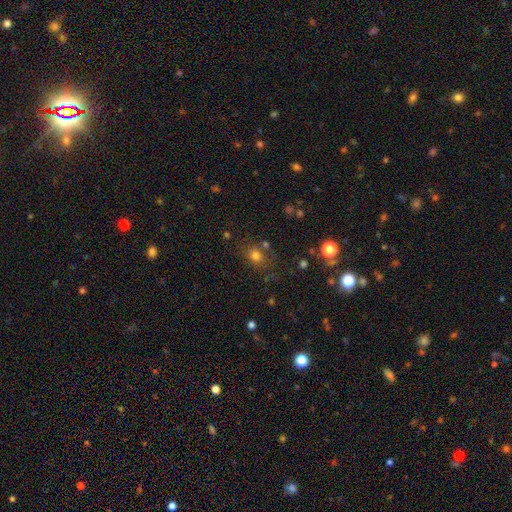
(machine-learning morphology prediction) Overall: smooth (74%). How rounded: round (60%; in between 39%). Merging: none (68%).